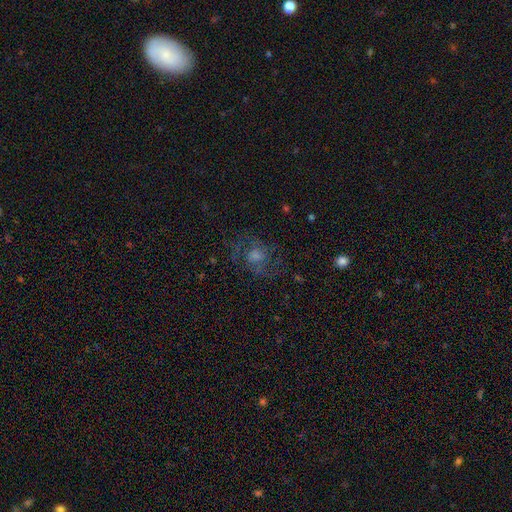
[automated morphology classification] This appears to be a featured or disk galaxy (54%) with no bar (71%), spiral arms (73%) and a moderate central bulge (44%). Merging: none (65%).